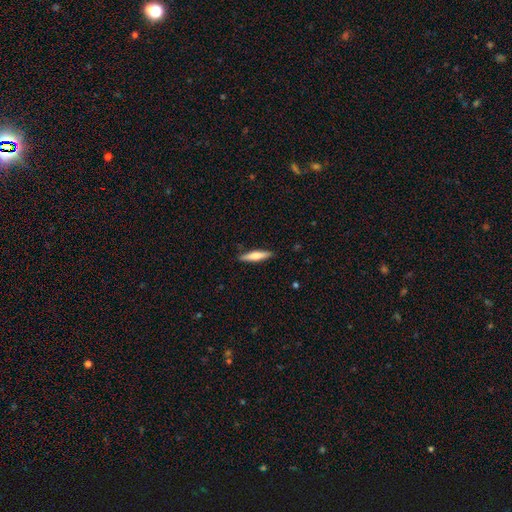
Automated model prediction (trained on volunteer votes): This appears to be a smooth galaxy with no disk features (61%) that is cigar-shaped (82%). Merging: none (89%).